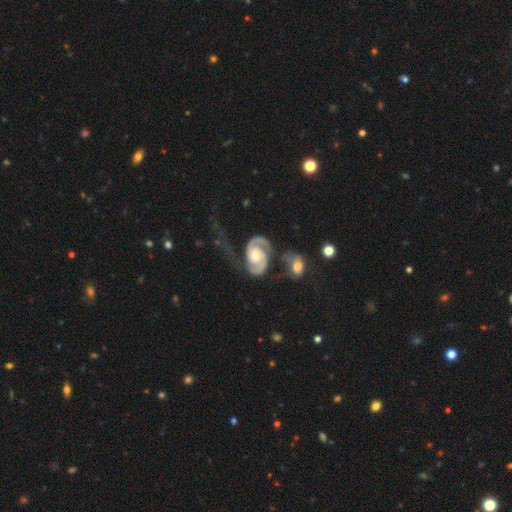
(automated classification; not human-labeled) Overall: featured or disk (91%). Edge-on disk: no (98%). Bar: no (61%; weak 30%). Spiral arms: yes (98%). Spiral arm count: 2 (89%). Spiral winding: medium (44%; tight 42%). Bulge size: moderate (64%). Merging: none (32%; merger 29%).